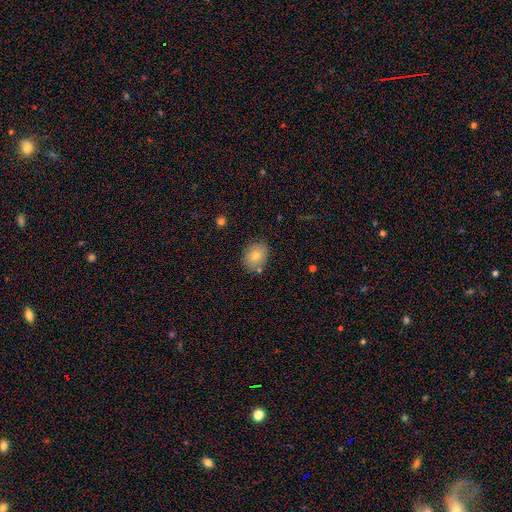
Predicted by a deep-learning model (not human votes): smooth 76%, featured or disk 14%, star or artifact 10%. Down the decision tree: how rounded — in between (51%); merging — none (81%).